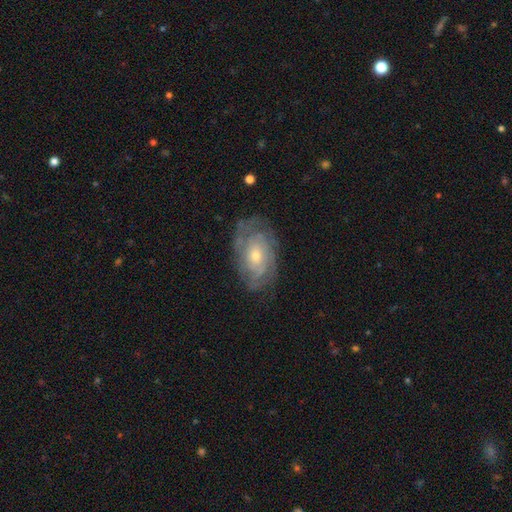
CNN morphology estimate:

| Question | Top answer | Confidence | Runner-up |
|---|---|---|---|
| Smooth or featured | featured or disk | 74% | smooth (19%) |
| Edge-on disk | no | 95% | yes (5%) |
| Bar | no | 77% | weak (19%) |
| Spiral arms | yes | 85% | no (15%) |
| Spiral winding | tight | 65% | medium (27%) |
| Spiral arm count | can't tell | 51% | 2 (20%) |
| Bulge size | small | 56% | moderate (40%) |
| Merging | none | 72% | minor disturbance (19%) |